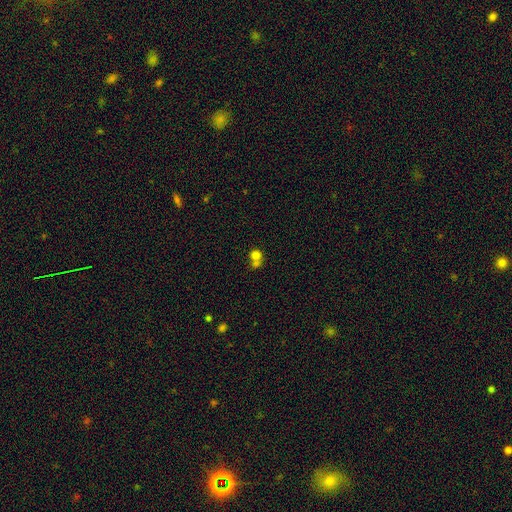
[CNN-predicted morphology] smooth-or-featured: smooth: 76% | star or artifact: 12% | featured or disk: 12%
  how-rounded: round: 77% | in between: 22% | cigar-shaped: 1%
  merging: merger: 55% | none: 32% | minor disturbance: 8% | major disturbance: 5%